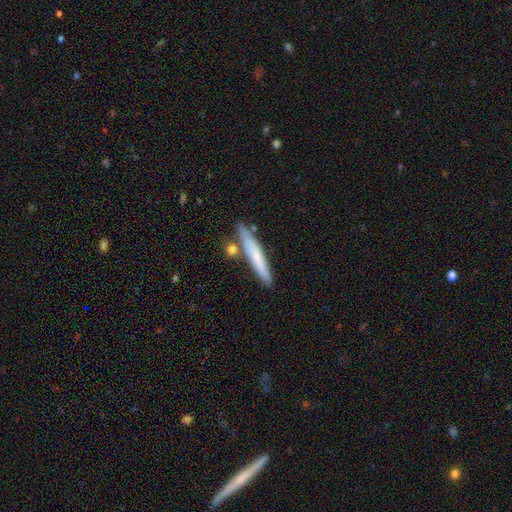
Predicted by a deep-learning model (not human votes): This appears to be a smooth galaxy with no disk features (63%) that is cigar-shaped (94%). Merging: none (77%).